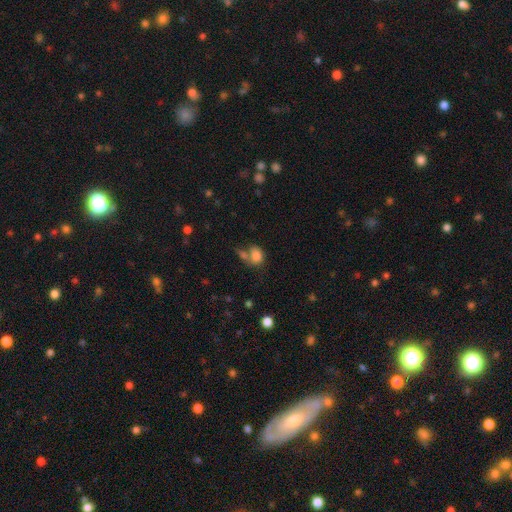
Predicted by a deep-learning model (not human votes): This appears to be a smooth galaxy with no disk features (79%) that is in between round and cigar-shaped (67%). Merging: merger (39%).